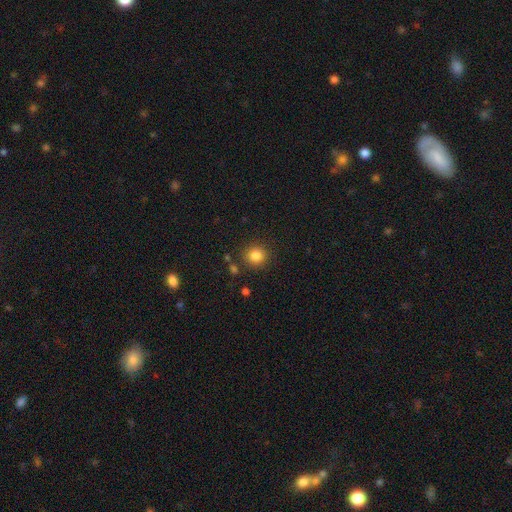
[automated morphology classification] Smooth or featured: smooth — 84% (star or artifact — 11%)
How rounded: round — 90% (in between — 9%)
Merging: none — 86% (minor disturbance — 8%)